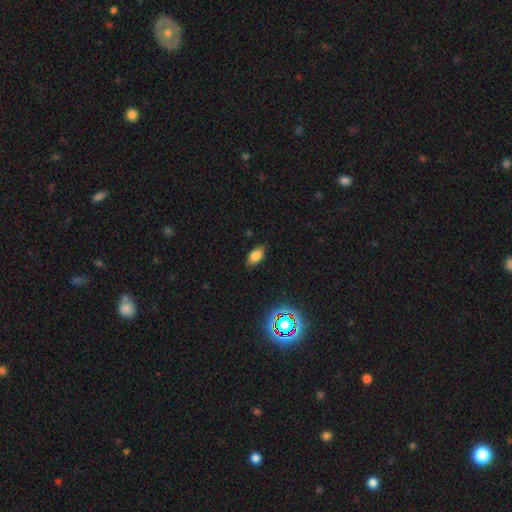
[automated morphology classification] smooth 77%, star or artifact 12%, featured or disk 11%. Down the decision tree: how rounded — in between (89%); merging — none (83%).